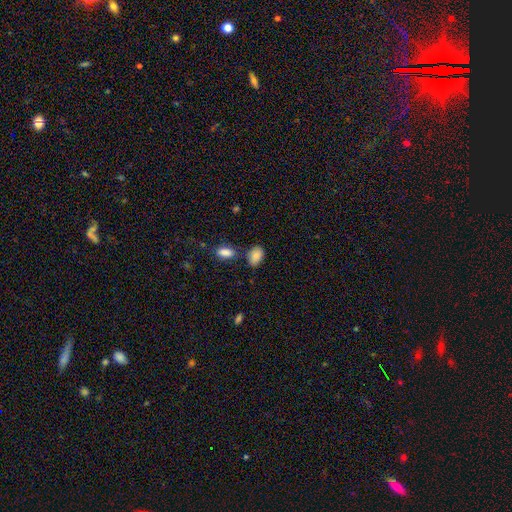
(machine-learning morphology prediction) type=smooth (88%); roundness=in between (88%); merging=none (64%).